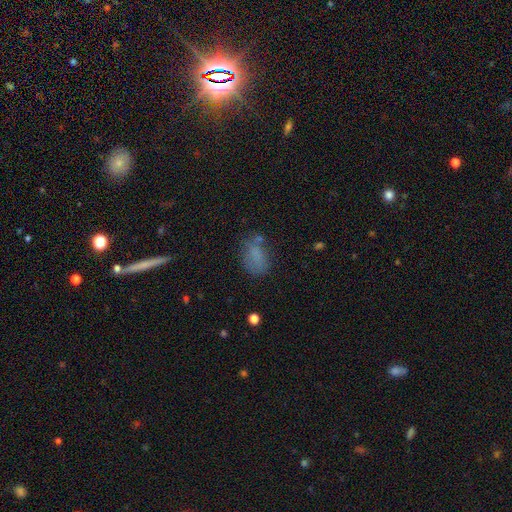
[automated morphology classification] Smooth or featured?
  - smooth: 75% *
  - star or artifact: 13%
  - featured or disk: 12%
How rounded?
  - in between: 83% *
  - round: 14%
  - cigar-shaped: 3%
Merging?
  - none: 59% *
  - minor disturbance: 23%
  - major disturbance: 10%
  - merger: 7%